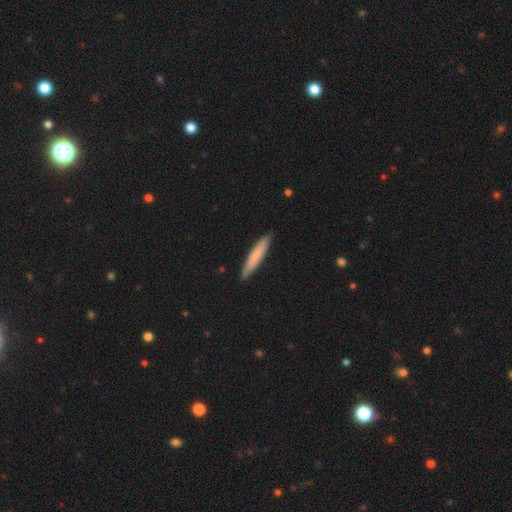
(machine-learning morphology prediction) smooth-or-featured: smooth: 72% | featured or disk: 23% | star or artifact: 5%
  how-rounded: cigar-shaped: 93% | in between: 6% | round: 1%
  merging: none: 89% | minor disturbance: 8% | major disturbance: 1% | merger: 1%